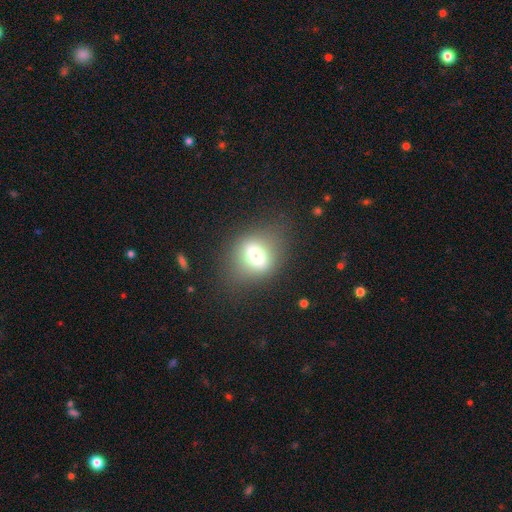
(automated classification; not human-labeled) smooth 62%, featured or disk 25%, star or artifact 13%. Down the decision tree: how rounded — round (53%); merging — none (78%).